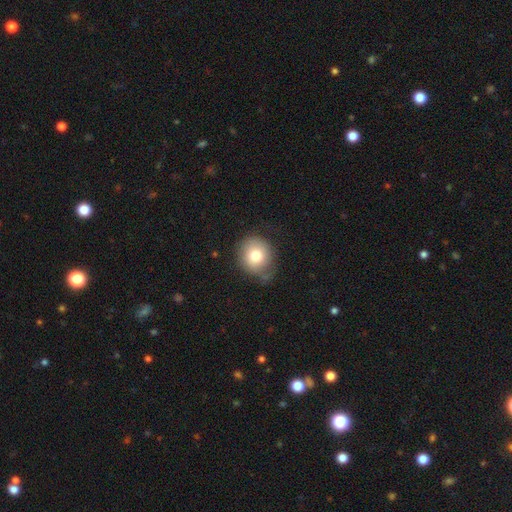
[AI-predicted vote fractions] Smooth or featured?
  - smooth: 78% *
  - featured or disk: 13%
  - star or artifact: 9%
How rounded?
  - round: 81% *
  - in between: 18%
  - cigar-shaped: 1%
Merging?
  - none: 64% *
  - minor disturbance: 26%
  - major disturbance: 7%
  - merger: 2%